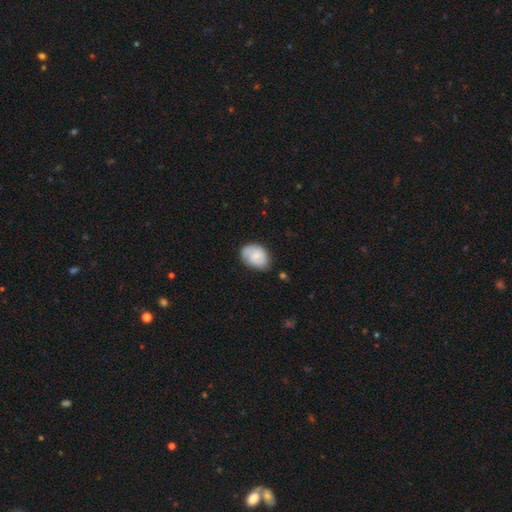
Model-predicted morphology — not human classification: The model was most divided on "merging": none: 61%, minor disturbance: 29%, major disturbance: 7%, merger: 3%. More confident: how rounded — in between (76%); smooth or featured — smooth (70%).